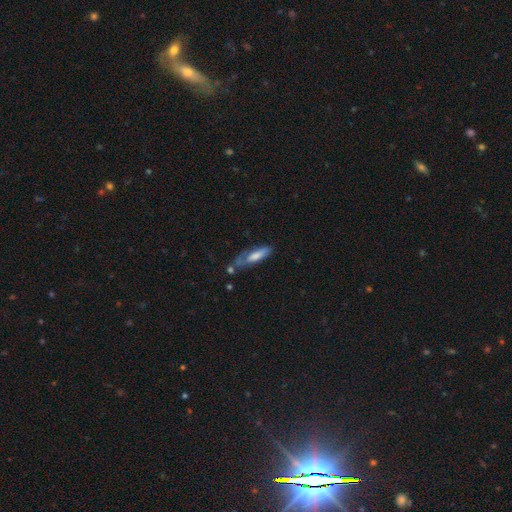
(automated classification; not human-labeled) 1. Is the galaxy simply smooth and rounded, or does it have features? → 52% smooth, 40% featured or disk, 8% star or artifact.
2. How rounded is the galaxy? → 67% cigar-shaped, 31% in between, 2% round.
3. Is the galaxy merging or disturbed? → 53% none, 25% minor disturbance, 11% major disturbance, 11% merger.